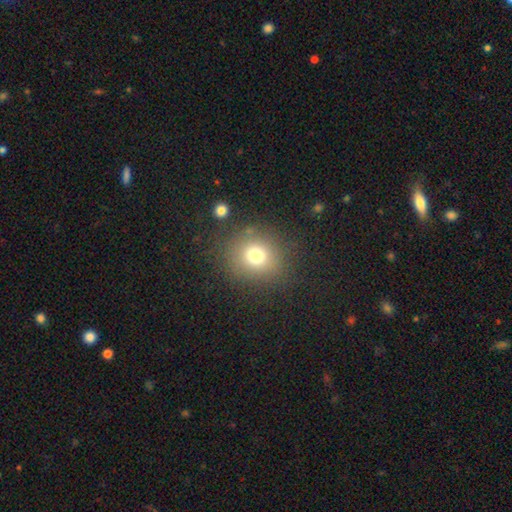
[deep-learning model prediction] smooth 74%, star or artifact 16%, featured or disk 10%. Down the decision tree: how rounded — round (82%); merging — none (82%).